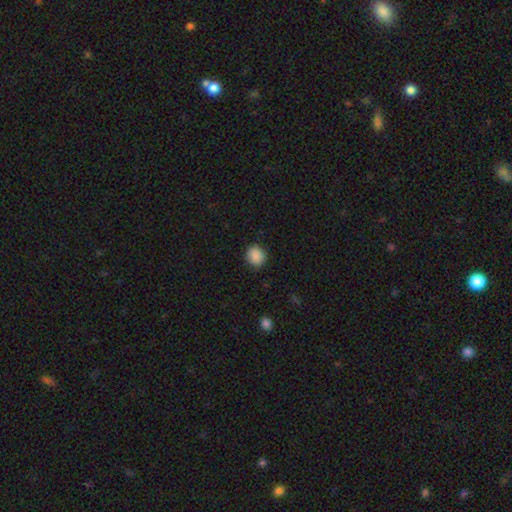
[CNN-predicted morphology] A smooth galaxy with no disk features (88%) that is round (80%). Merging: none (86%).